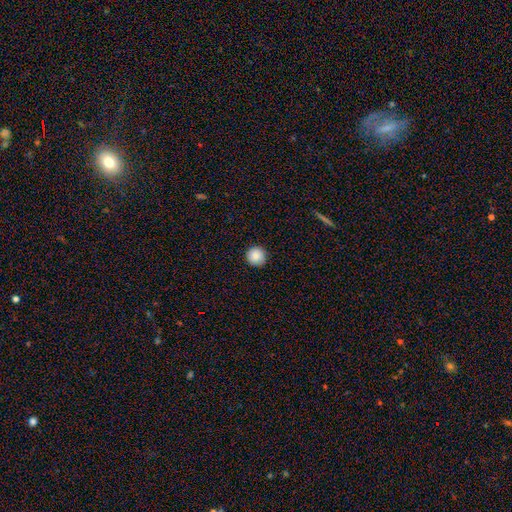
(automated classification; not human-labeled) Overall: smooth (88%). How rounded: round (96%). Merging: none (92%).